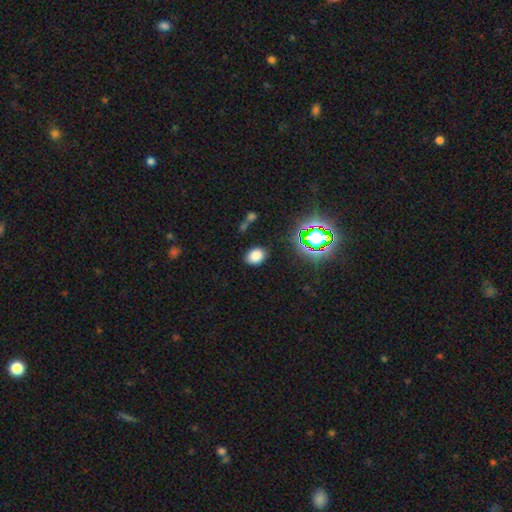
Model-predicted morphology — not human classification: Overall: smooth (76%). How rounded: in between (67%; round 32%). Merging: none (83%).